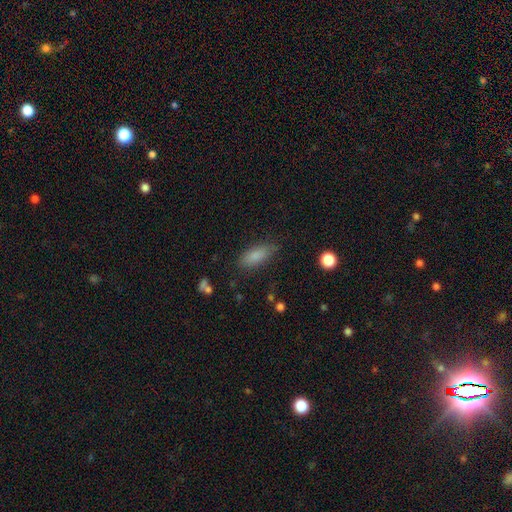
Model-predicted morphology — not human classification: Smooth or featured: smooth — 83% (star or artifact — 9%)
How rounded: in between — 78% (cigar-shaped — 19%)
Merging: none — 78% (minor disturbance — 16%)